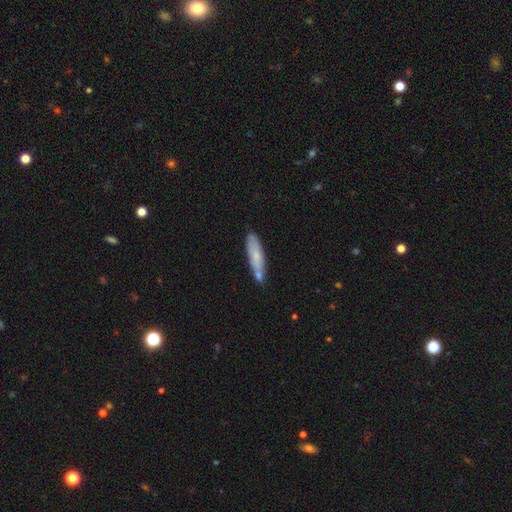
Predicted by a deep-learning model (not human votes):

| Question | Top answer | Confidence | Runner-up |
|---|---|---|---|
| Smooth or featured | smooth | 63% | featured or disk (30%) |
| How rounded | cigar-shaped | 67% | in between (31%) |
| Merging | none | 59% | minor disturbance (19%) |